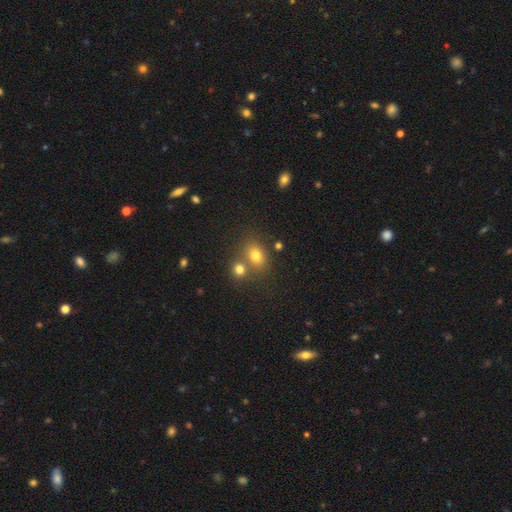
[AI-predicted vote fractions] The model was most divided on "how rounded": in between: 51%, round: 48%, cigar-shaped: 1%. More confident: smooth or featured — smooth (75%); merging — none (55%).